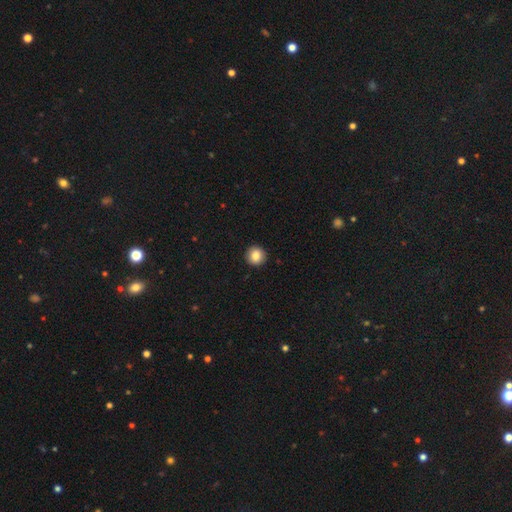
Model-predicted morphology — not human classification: Q: Smooth or featured?
A: smooth (87%); runner-up: star or artifact (9%)
Q: How rounded?
A: round (94%); runner-up: in between (5%)
Q: Merging?
A: none (93%); runner-up: minor disturbance (5%)